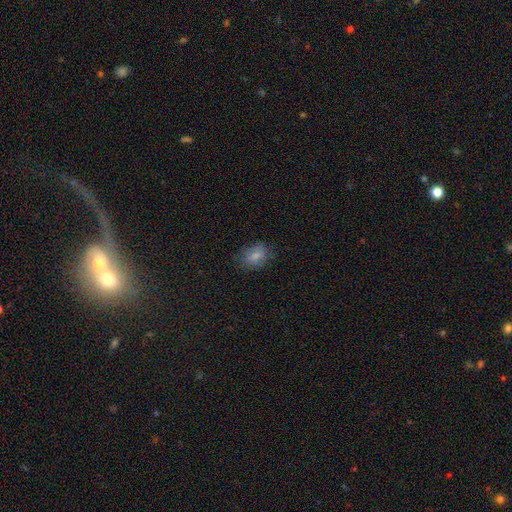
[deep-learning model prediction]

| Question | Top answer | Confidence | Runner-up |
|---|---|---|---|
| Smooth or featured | smooth | 79% | featured or disk (12%) |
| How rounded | in between | 74% | round (24%) |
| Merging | none | 72% | minor disturbance (20%) |